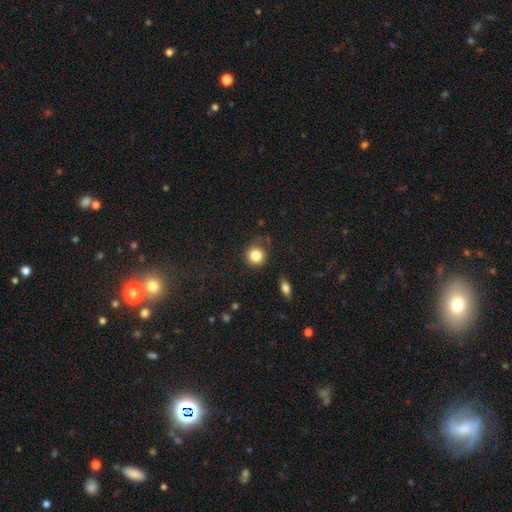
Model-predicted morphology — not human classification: This appears to be a smooth galaxy with no disk features (84%) that is round (91%). Merging: none (84%).